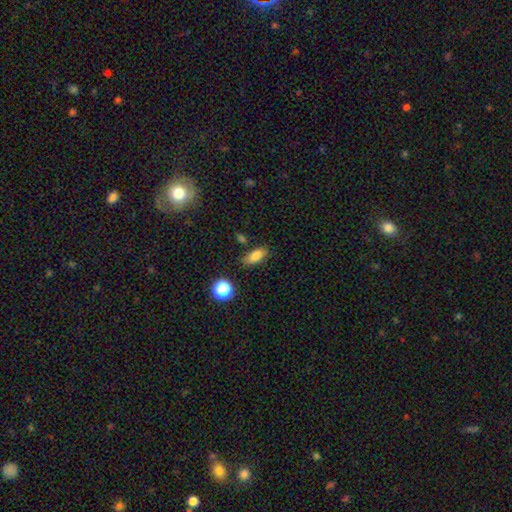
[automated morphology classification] smooth_or_featured: smooth (p=0.80) [alt: star or artifact p=0.12]
how_rounded: in between (p=0.81) [alt: cigar-shaped p=0.12]
merging: none (p=0.78) [alt: minor disturbance p=0.14]